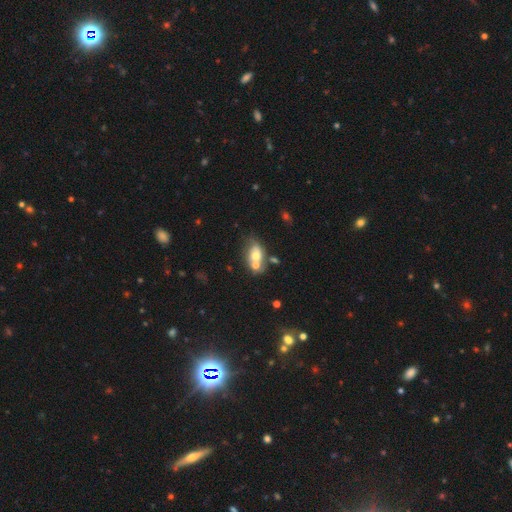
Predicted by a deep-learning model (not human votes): A smooth galaxy with no disk features (60%) that is in between round and cigar-shaped (76%). Merging: merger (46%).